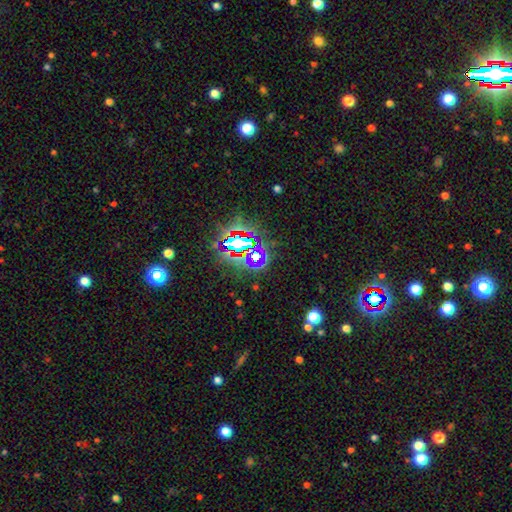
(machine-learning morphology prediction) star or artifact 79%, smooth 12%, featured or disk 9%.